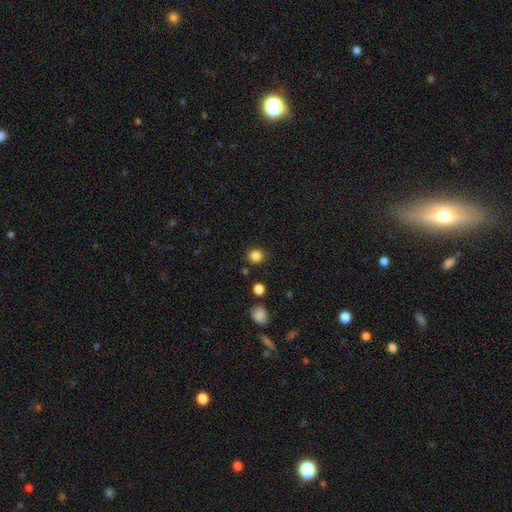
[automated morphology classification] This is clearly a smooth galaxy (85%). How rounded: clearly round (90%). Merging: clearly none (86%).